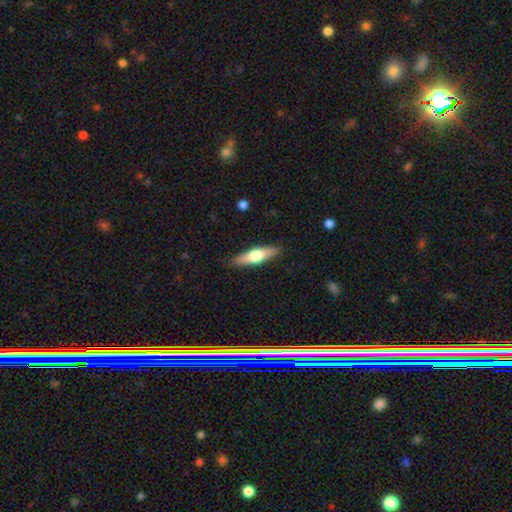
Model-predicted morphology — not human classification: A smooth galaxy with no disk features (51%) that is cigar-shaped (66%). Merging: none (89%).